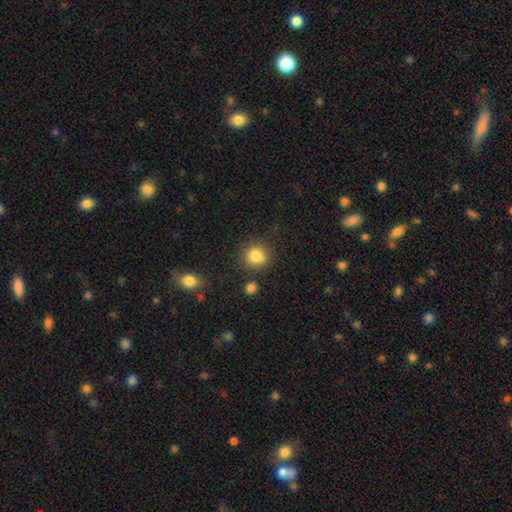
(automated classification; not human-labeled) This is clearly a smooth galaxy (84%). How rounded: clearly round (85%). Merging: clearly none (81%).